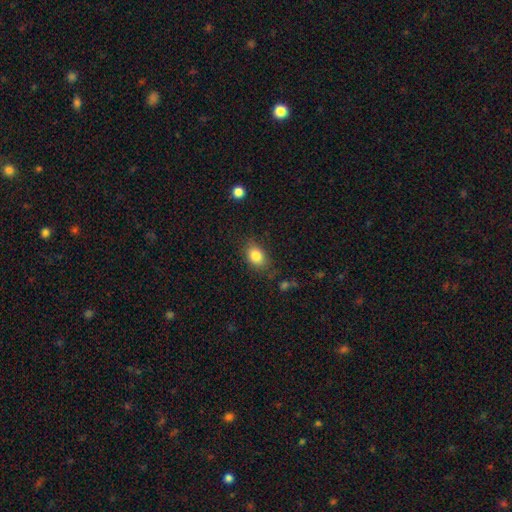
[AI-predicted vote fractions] This is clearly a smooth galaxy (84%). How rounded: likely in between (75%). Merging: likely none (78%).